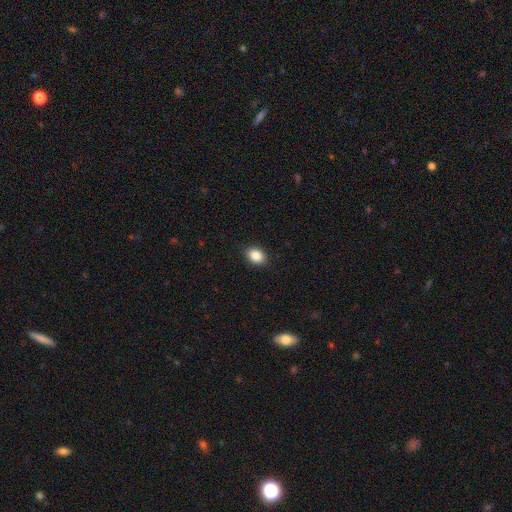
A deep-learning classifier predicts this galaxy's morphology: This is clearly a smooth galaxy (87%). How rounded: likely in between (71%). Merging: clearly none (88%).